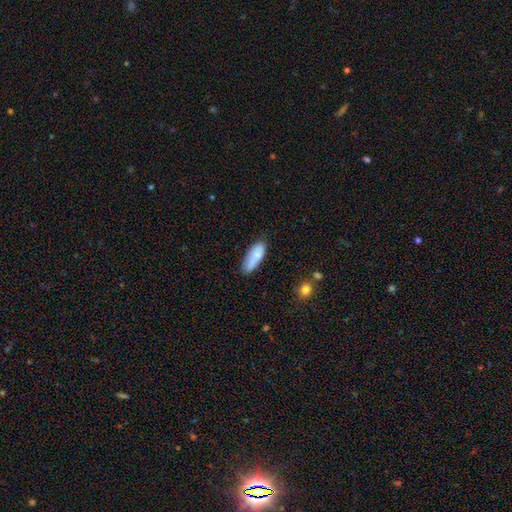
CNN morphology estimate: Smooth or featured? smooth (78%)
How rounded? in between (71%)
Merging? none (65%)